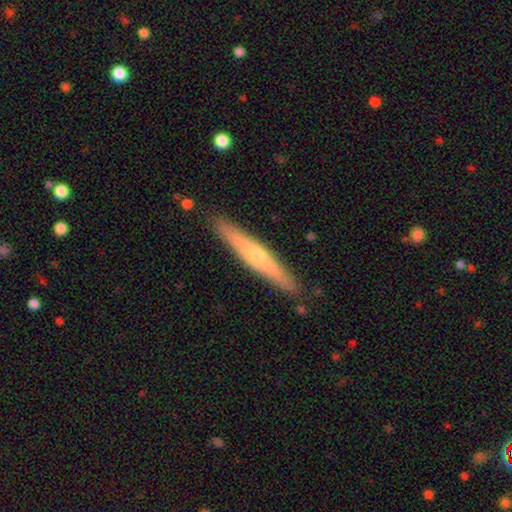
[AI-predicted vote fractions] Smooth or featured: featured or disk — 55% (smooth — 39%)
Edge-on disk: yes — 93% (no — 7%)
Edge-on bulge: rounded — 78% (none — 19%)
Merging: none — 89% (minor disturbance — 8%)